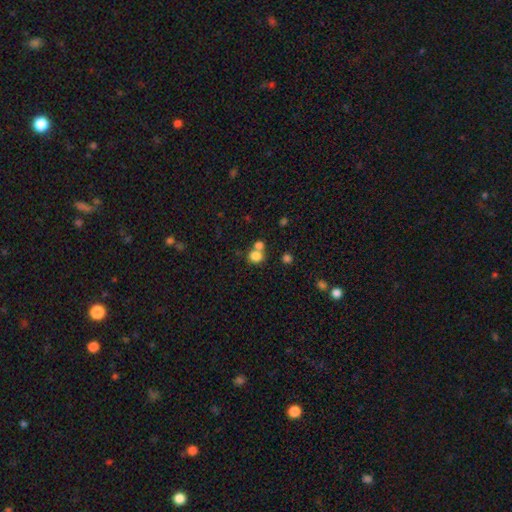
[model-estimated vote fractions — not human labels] smooth_or_featured: smooth (p=0.80) [alt: star or artifact p=0.12]
how_rounded: round (p=0.72) [alt: in between p=0.27]
merging: none (p=0.48) [alt: merger p=0.40]